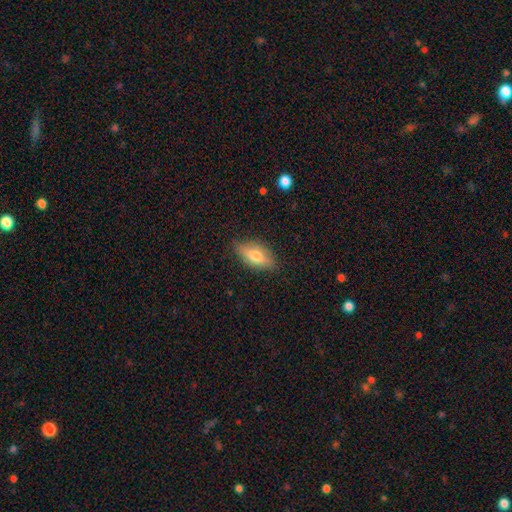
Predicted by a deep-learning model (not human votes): A smooth galaxy with no disk features (68%) that is in between round and cigar-shaped (81%). Merging: none (81%).